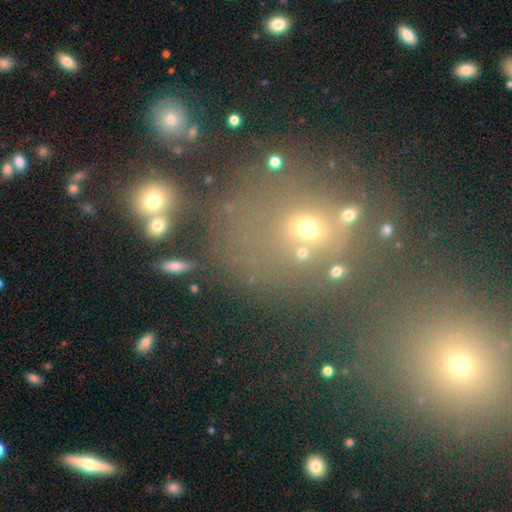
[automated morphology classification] smooth 45%, star or artifact 41%, featured or disk 13%. Down the decision tree: merging — none (54%).